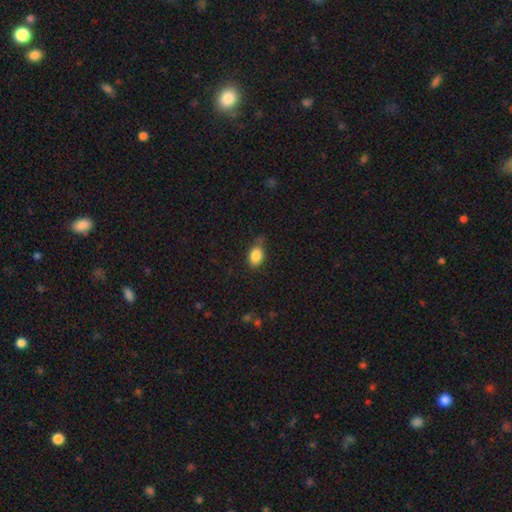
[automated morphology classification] smooth 86%, star or artifact 8%, featured or disk 6%. Down the decision tree: how rounded — in between (83%); merging — none (65%).